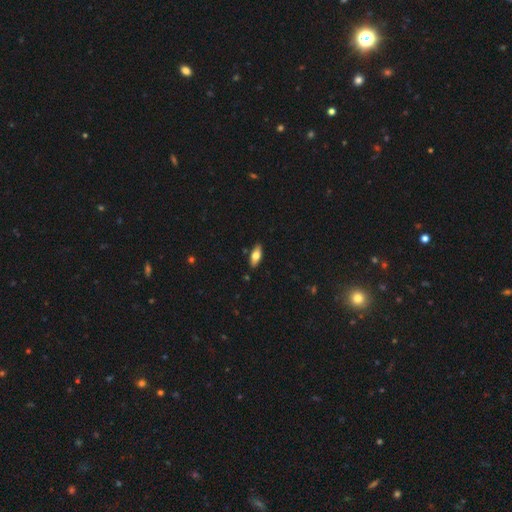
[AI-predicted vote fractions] The model was most divided on "smooth or featured": smooth: 70%, featured or disk: 24%, star or artifact: 6%. More confident: merging — none (88%); how rounded — in between (79%).